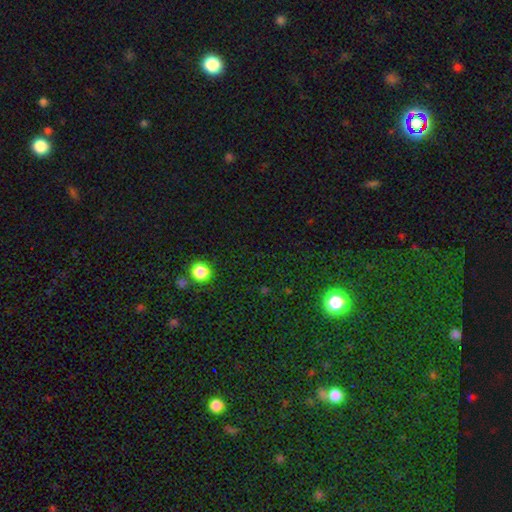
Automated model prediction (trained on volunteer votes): Smooth or featured? star or artifact (70%)